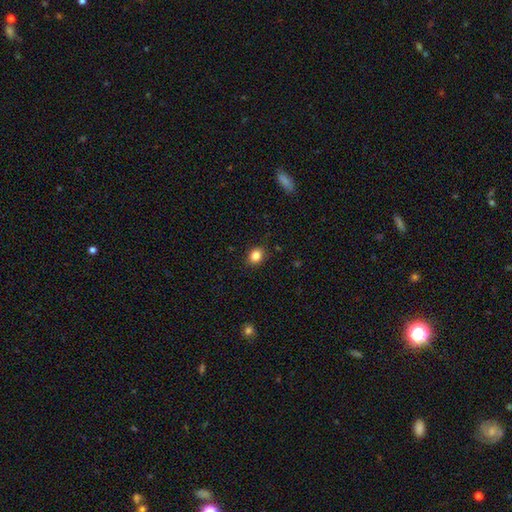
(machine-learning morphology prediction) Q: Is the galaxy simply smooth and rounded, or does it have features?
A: smooth — 84%.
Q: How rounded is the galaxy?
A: round — 53%.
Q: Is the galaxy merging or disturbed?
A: none — 88%.